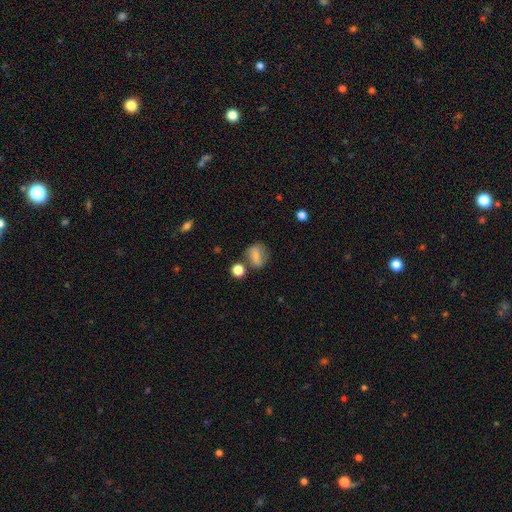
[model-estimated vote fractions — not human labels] Overall: smooth (70%). How rounded: in between (57%; round 38%). Merging: none (60%; minor disturbance 20%).